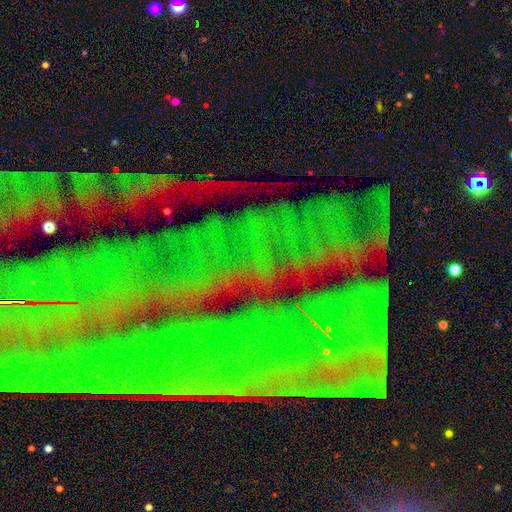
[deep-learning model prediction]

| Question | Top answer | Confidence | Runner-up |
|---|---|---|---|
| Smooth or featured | star or artifact | 82% | featured or disk (11%) |